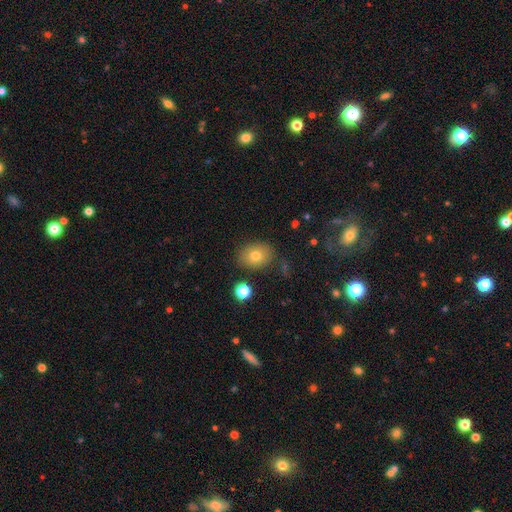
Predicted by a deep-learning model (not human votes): Q: Smooth or featured?
A: smooth (76%); runner-up: featured or disk (13%)
Q: How rounded?
A: in between (57%); runner-up: round (42%)
Q: Merging?
A: none (81%); runner-up: minor disturbance (12%)